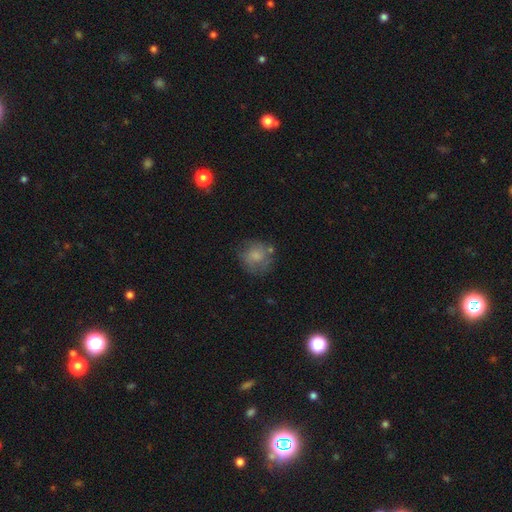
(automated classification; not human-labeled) This appears to be a smooth galaxy with no disk features (67%) that is round (83%). Merging: none (60%).